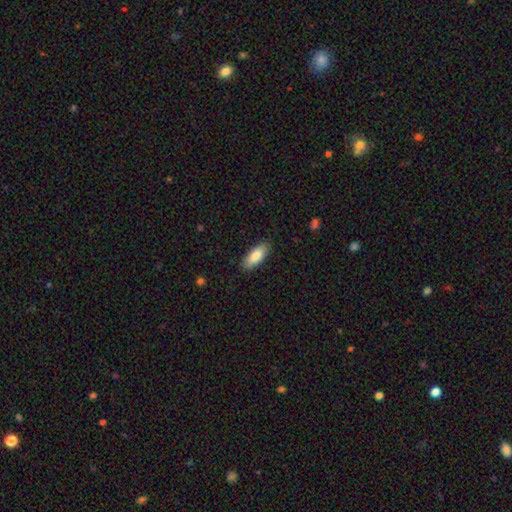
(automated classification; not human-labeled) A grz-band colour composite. It shows a smooth galaxy with no disk features (84%) that is in between round and cigar-shaped (74%). Merging: none (87%).